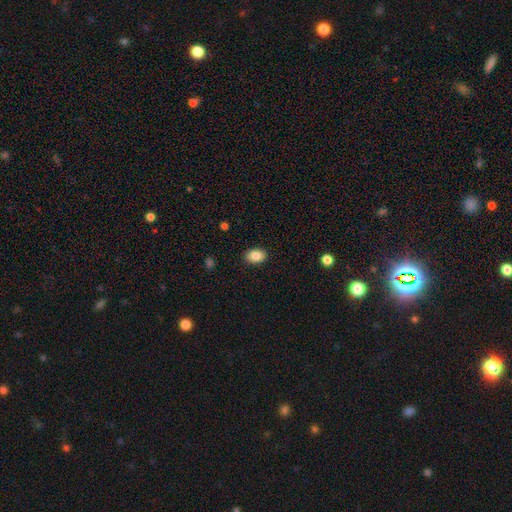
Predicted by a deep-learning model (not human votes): smooth_or_featured: smooth (p=0.86) [alt: star or artifact p=0.08]
how_rounded: in between (p=0.82) [alt: round p=0.17]
merging: none (p=0.89) [alt: minor disturbance p=0.08]